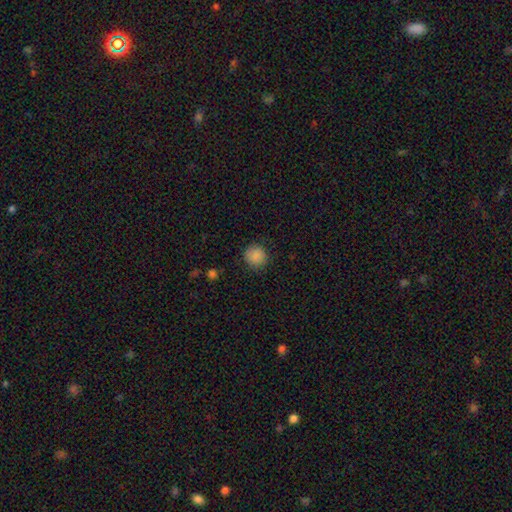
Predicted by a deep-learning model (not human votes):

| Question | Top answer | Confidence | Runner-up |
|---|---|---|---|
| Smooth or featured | smooth | 87% | star or artifact (10%) |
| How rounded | round | 92% | in between (7%) |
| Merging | none | 88% | minor disturbance (8%) |